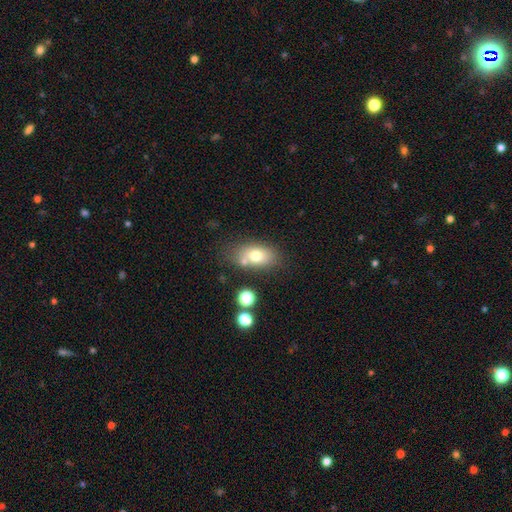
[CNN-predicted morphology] Smooth or featured?
  - smooth: 72% *
  - featured or disk: 18%
  - star or artifact: 11%
How rounded?
  - in between: 82% *
  - round: 15%
  - cigar-shaped: 2%
Merging?
  - none: 66% *
  - minor disturbance: 15%
  - merger: 14%
  - major disturbance: 5%